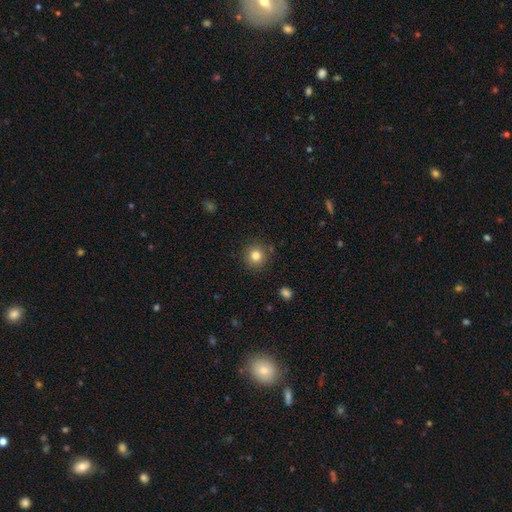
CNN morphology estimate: A smooth galaxy with no disk features (81%) that is round (93%).

Vote fractions:
- Smooth or featured? smooth: 81% / star or artifact: 11% / featured or disk: 7%
- How rounded? round: 93% / in between: 6% / cigar-shaped: 1%
- Merging? none: 88% / minor disturbance: 8% / major disturbance: 2% / merger: 2%